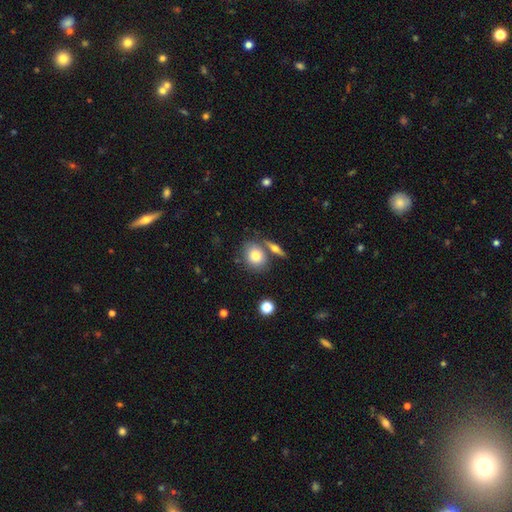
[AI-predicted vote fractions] smooth 76%, featured or disk 15%, star or artifact 9%. Down the decision tree: how rounded — round (60%); merging — none (65%).